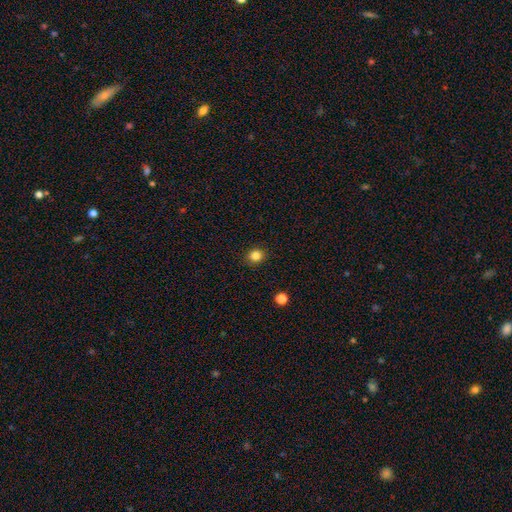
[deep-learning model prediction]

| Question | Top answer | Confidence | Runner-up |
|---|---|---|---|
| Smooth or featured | smooth | 83% | star or artifact (12%) |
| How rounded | round | 79% | in between (20%) |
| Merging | none | 91% | minor disturbance (6%) |